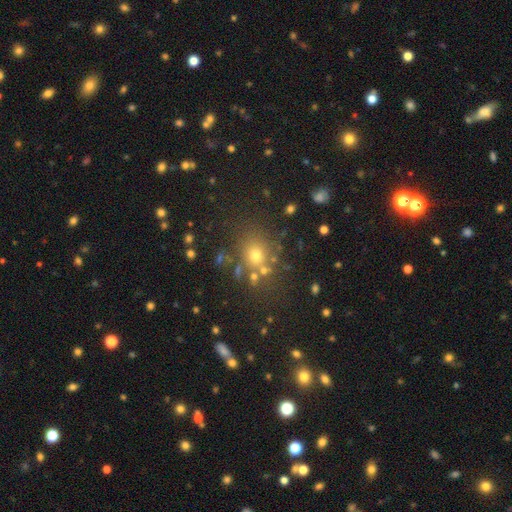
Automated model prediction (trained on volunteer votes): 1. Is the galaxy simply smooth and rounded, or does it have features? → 65% smooth, 24% star or artifact, 11% featured or disk.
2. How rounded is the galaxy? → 73% round, 25% in between, 1% cigar-shaped.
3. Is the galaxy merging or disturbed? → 73% none, 12% minor disturbance, 10% merger, 5% major disturbance.